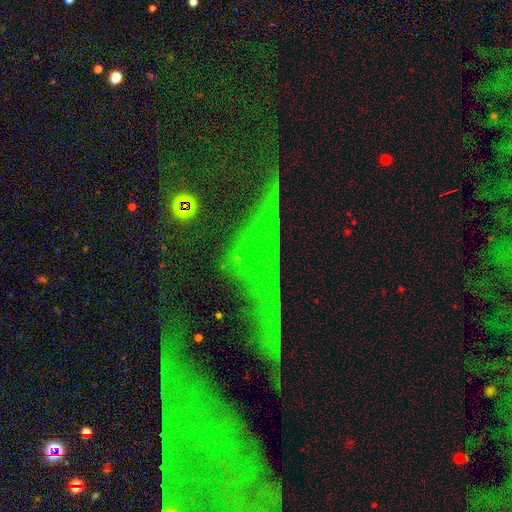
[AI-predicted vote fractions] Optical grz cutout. It shows a star or artifact, not a galaxy (75%).